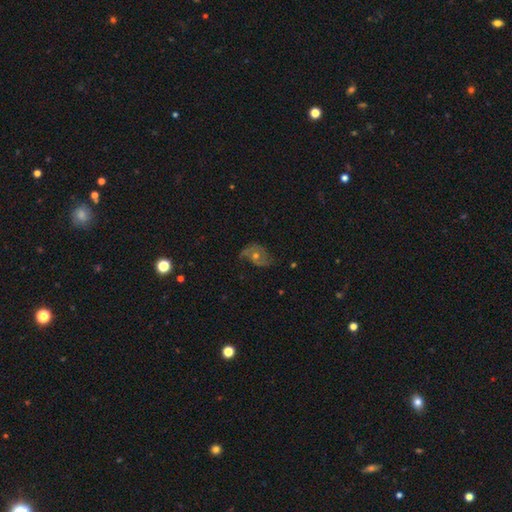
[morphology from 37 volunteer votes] This is likely a featured or disk galaxy (73%). It is clearly not viewed edge-on (100%). Bar: likely no (78%). Spiral arm pattern: clearly yes (85%). Spiral arm count: likely 2 (78%). Spiral winding: possibly medium (48%). Central bulge: likely moderate (67%). Merging: likely none (66%).